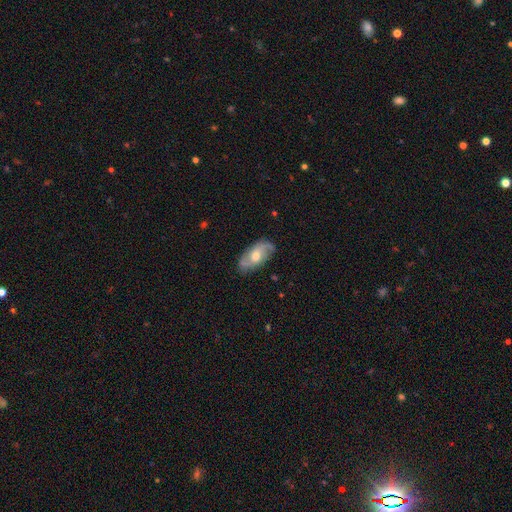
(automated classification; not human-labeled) smooth-or-featured: featured or disk: 69% | smooth: 25% | star or artifact: 6%
  disk-edge-on: no: 92% | yes: 8%
    bar: no: 62% | weak: 33% | strong: 6%
    has-spiral-arms: yes: 89% | no: 11%
      spiral-winding: medium: 42% | loose: 39% | tight: 19%
      spiral-arm-count: 2: 77% | can't tell: 11% | 1: 5% | 3: 4% | 4: 1% | more than 4: 1%
    bulge-size: moderate: 69% | small: 22% | large: 6% | none: 1% | dominant: 1%
  merging: none: 76% | minor disturbance: 18% | major disturbance: 5% | merger: 2%